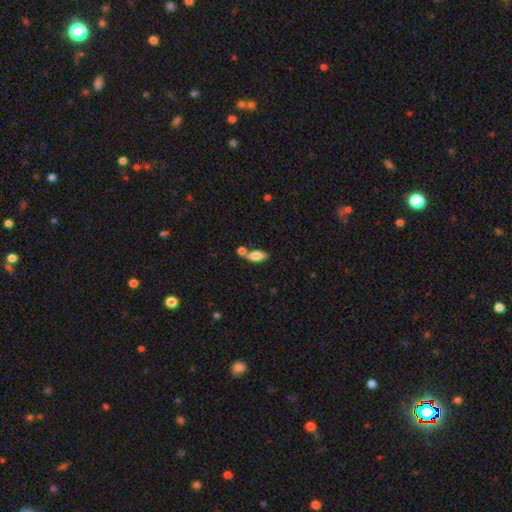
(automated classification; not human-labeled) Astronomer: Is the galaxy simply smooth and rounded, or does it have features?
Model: smooth — 82%.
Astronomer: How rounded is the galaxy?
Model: in between — 88%.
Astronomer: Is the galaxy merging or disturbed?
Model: none — 56%.